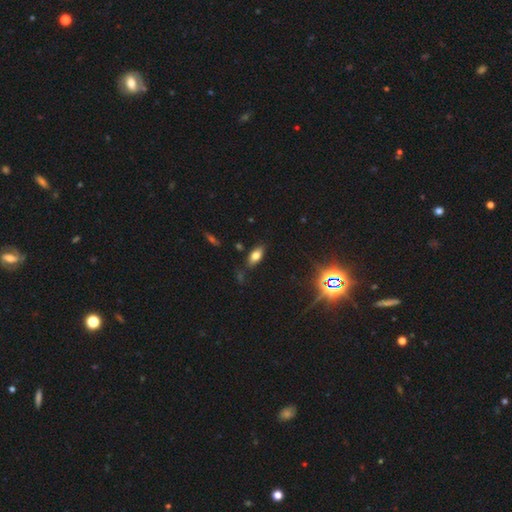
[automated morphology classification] type=smooth (73%); roundness=in between (87%); merging=none (79%).